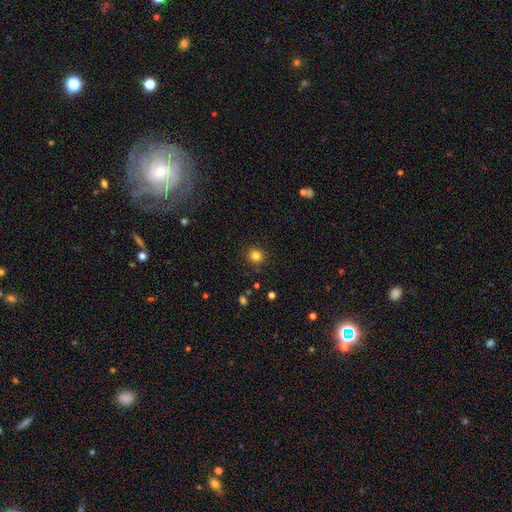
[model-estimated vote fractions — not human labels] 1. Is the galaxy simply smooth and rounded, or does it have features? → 82% smooth, 13% star or artifact, 5% featured or disk.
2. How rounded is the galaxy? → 90% round, 9% in between, 1% cigar-shaped.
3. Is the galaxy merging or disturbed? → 90% none, 6% minor disturbance, 2% major disturbance, 1% merger.